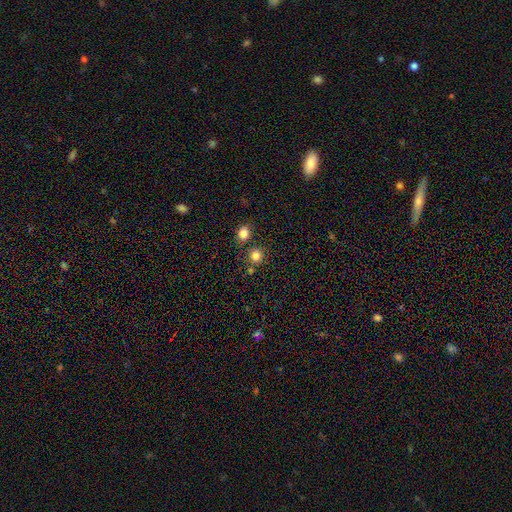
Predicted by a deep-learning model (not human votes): Morphology: type=smooth (81%); roundness=round (91%); merging=none (76%).